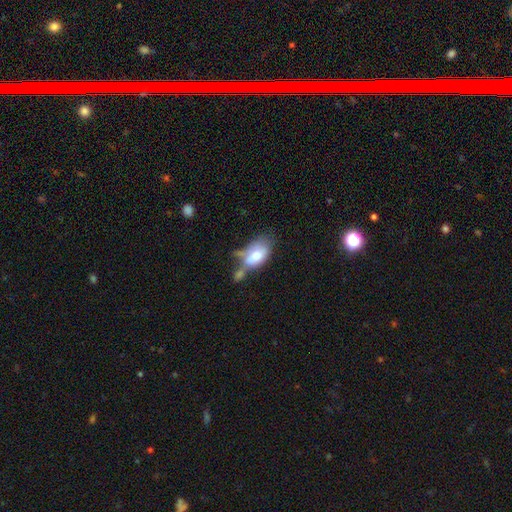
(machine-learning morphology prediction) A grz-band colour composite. It shows a smooth galaxy with no disk features (67%) that is in between round and cigar-shaped (90%). Merging: merger (37%).